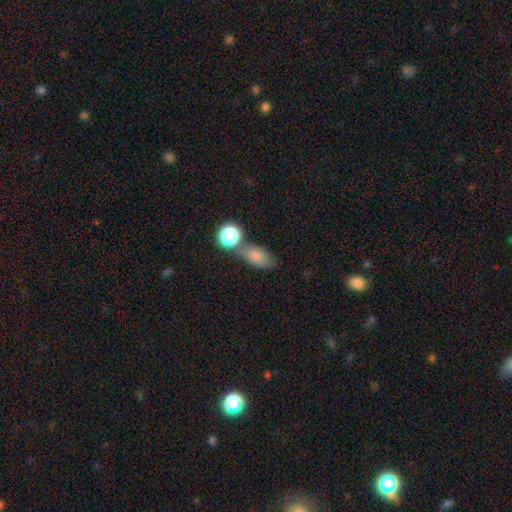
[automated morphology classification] Smooth or featured?
  - smooth: 78% *
  - featured or disk: 11%
  - star or artifact: 11%
How rounded?
  - in between: 80% *
  - round: 15%
  - cigar-shaped: 5%
Merging?
  - none: 48% *
  - merger: 28%
  - minor disturbance: 17%
  - major disturbance: 7%